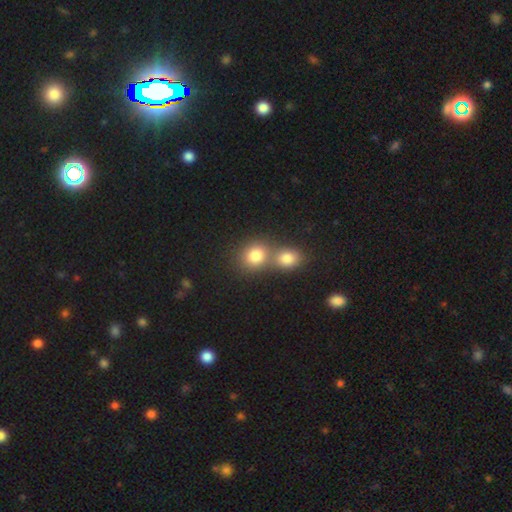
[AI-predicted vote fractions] Smooth or featured? Predicted: smooth (p=0.80). How rounded? Predicted: round (p=0.71). Merging? Predicted: merger (p=0.54).